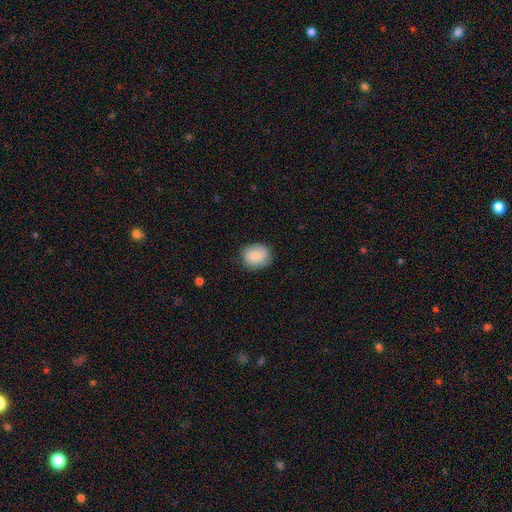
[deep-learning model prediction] smooth 81%, featured or disk 12%, star or artifact 7%. Down the decision tree: how rounded — round (56%); merging — none (79%).